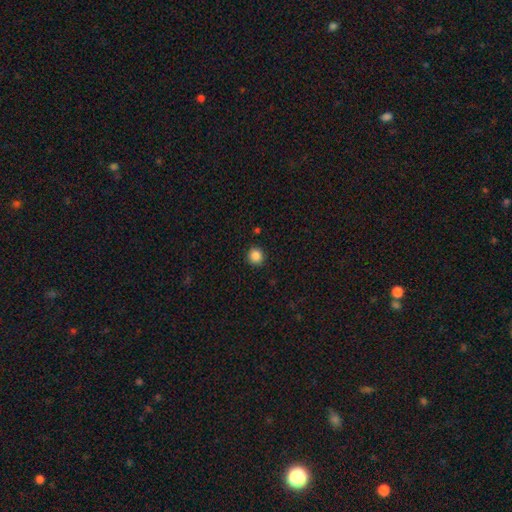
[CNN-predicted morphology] smooth-or-featured: smooth: 86% | star or artifact: 11% | featured or disk: 3%
  how-rounded: round: 93% | in between: 6% | cigar-shaped: 1%
  merging: none: 91% | minor disturbance: 6% | major disturbance: 2% | merger: 1%